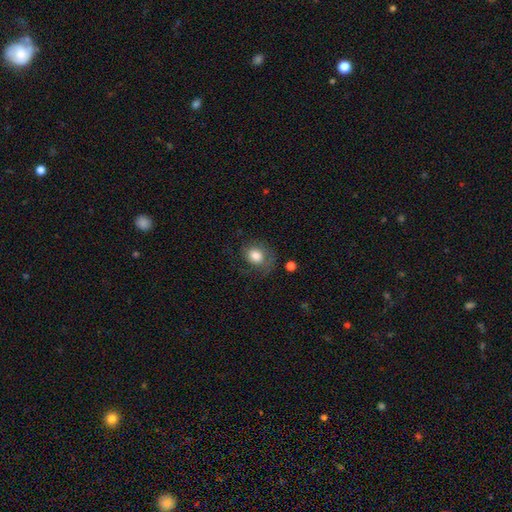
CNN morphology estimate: This is likely a smooth galaxy (71%). How rounded: likely round (62%). Merging: possibly none (55%).